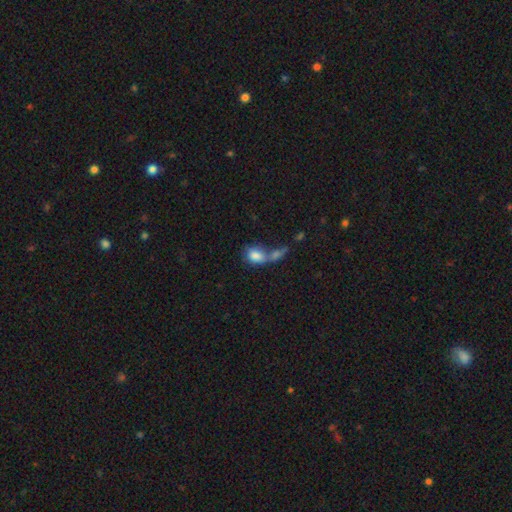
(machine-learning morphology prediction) Smooth or featured: smooth — 77% (featured or disk — 14%)
How rounded: in between — 70% (round — 27%)
Merging: merger — 60% (none — 21%)